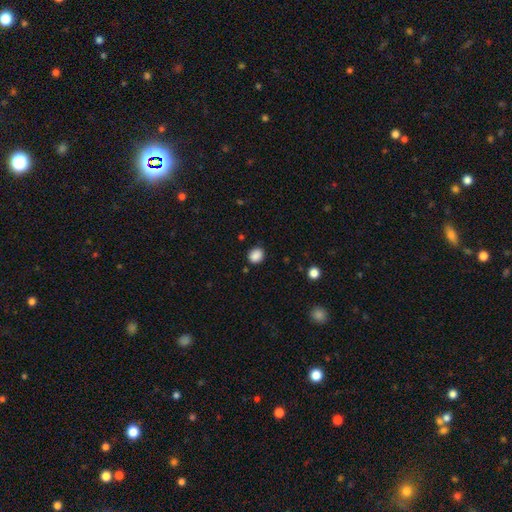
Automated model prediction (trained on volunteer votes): smooth 87%, star or artifact 10%, featured or disk 3%. Down the decision tree: how rounded — round (70%); merging — none (86%).